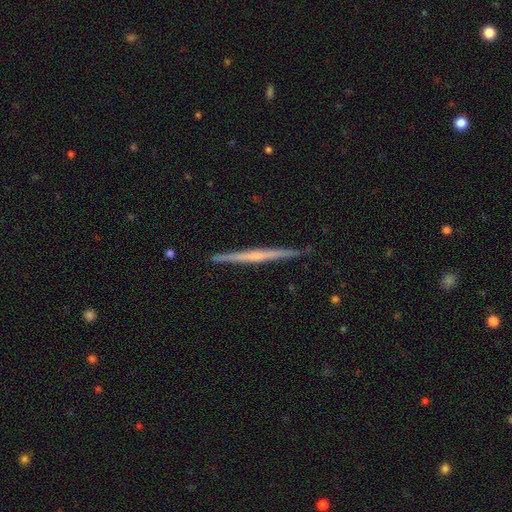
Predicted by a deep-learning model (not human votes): Smooth or featured? featured or disk (68%)
Edge-on disk? yes (98%)
Edge-on bulge? none (61%)
Merging? none (91%)